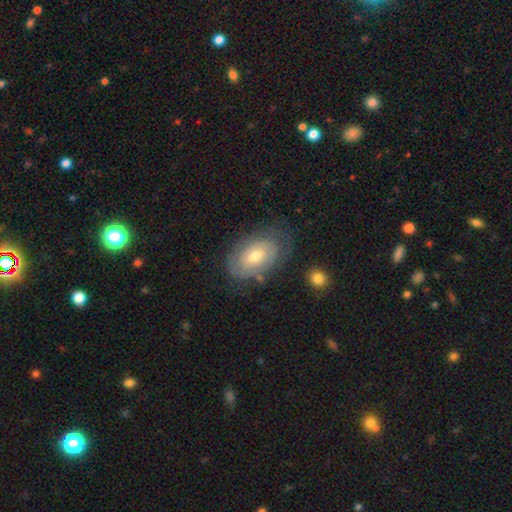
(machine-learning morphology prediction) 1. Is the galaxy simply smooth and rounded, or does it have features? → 58% featured or disk, 34% smooth, 8% star or artifact.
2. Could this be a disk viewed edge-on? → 93% no, 7% yes.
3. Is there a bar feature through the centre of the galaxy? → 67% no, 27% weak, 6% strong.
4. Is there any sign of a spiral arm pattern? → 67% yes, 33% no.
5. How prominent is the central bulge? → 60% moderate, 33% small, 4% large, 1% none, 1% dominant.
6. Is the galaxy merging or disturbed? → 71% none, 20% minor disturbance, 7% major disturbance, 2% merger.